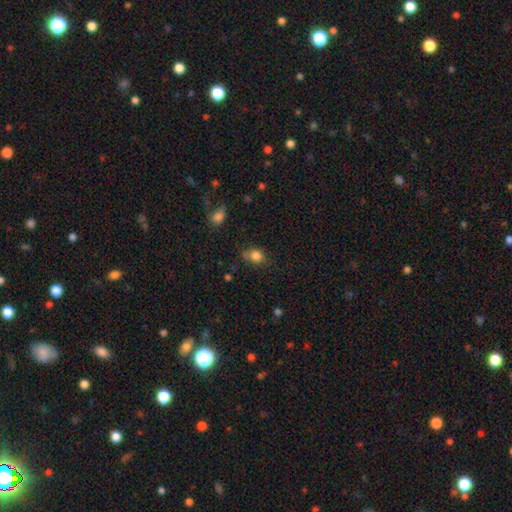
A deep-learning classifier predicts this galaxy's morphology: Smooth or featured? Predicted: smooth (p=0.82). How rounded? Predicted: round (p=0.65). Merging? Predicted: none (p=0.57).